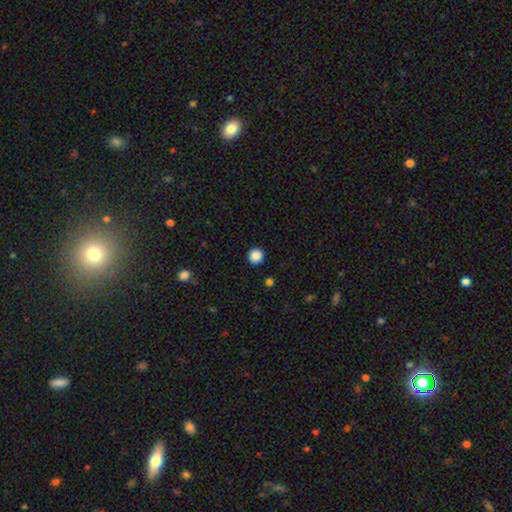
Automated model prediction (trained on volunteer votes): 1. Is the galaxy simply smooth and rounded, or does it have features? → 87% smooth, 10% star or artifact, 3% featured or disk.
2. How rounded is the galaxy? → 95% round, 4% in between, 1% cigar-shaped.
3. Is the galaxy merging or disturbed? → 92% none, 5% minor disturbance, 2% major disturbance, 1% merger.